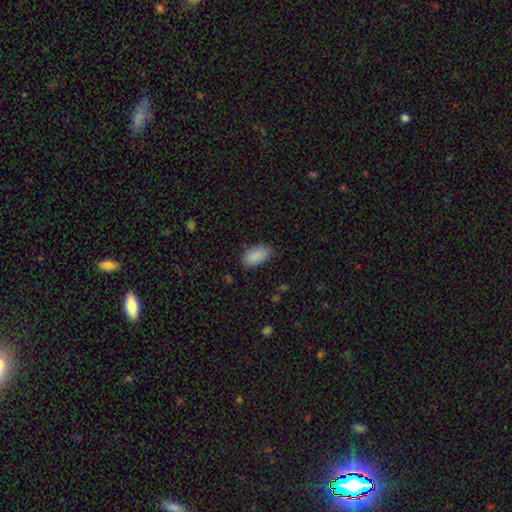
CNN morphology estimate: type=smooth (89%); roundness=in between (94%); merging=none (81%).